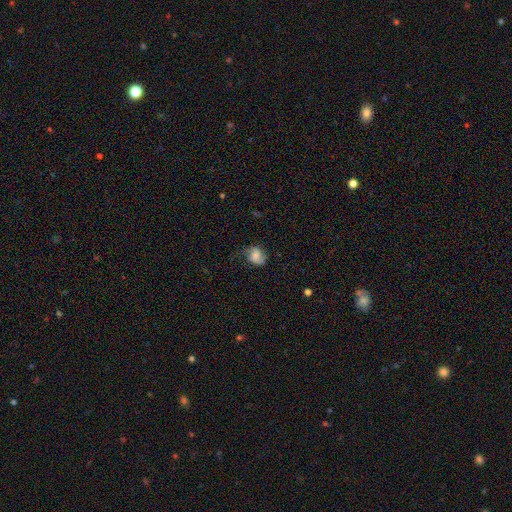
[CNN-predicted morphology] Smooth or featured: smooth — 50% (featured or disk — 41%)
How rounded: in between — 54% (round — 45%)
Merging: none — 55% (minor disturbance — 28%)